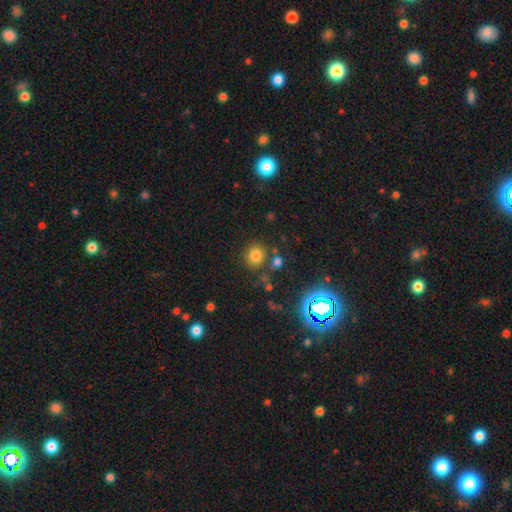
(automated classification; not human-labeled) A smooth galaxy with no disk features (75%) that is round (86%).

Vote fractions:
- Smooth or featured? smooth: 75% / star or artifact: 18% / featured or disk: 7%
- How rounded? round: 86% / in between: 13% / cigar-shaped: 1%
- Merging? none: 78% / minor disturbance: 9% / merger: 8% / major disturbance: 4%